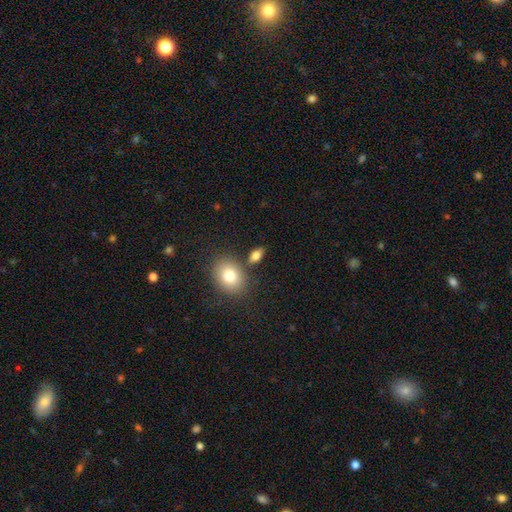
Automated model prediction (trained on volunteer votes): Smooth or featured?
  - smooth: 80% *
  - featured or disk: 12%
  - star or artifact: 9%
How rounded?
  - in between: 78% *
  - round: 18%
  - cigar-shaped: 4%
Merging?
  - none: 75% *
  - minor disturbance: 11%
  - merger: 11%
  - major disturbance: 4%